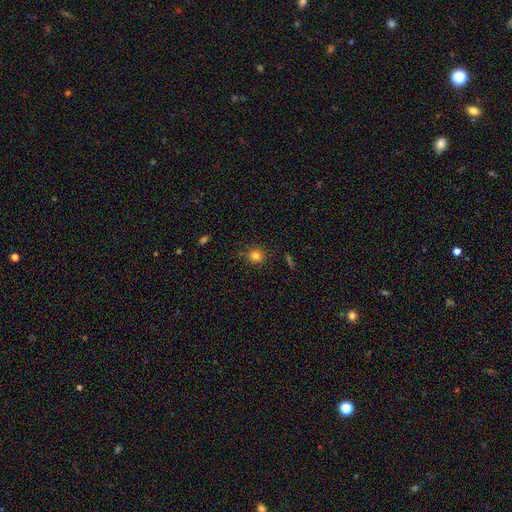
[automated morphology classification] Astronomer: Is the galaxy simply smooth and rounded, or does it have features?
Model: smooth — 80%.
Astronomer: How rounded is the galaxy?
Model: round — 86%.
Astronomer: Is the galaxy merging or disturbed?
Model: none — 84%.